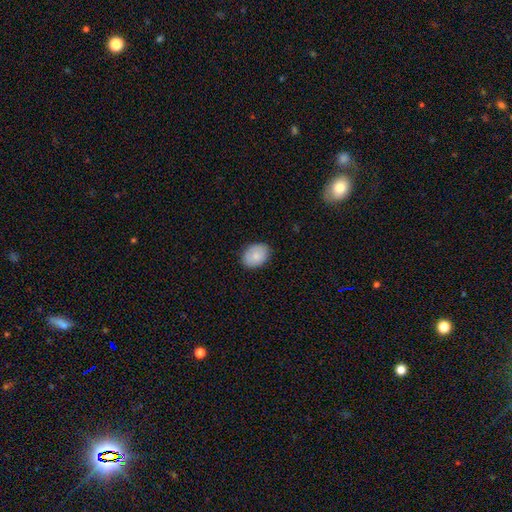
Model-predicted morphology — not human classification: This is clearly a smooth galaxy (83%). How rounded: likely in between (75%). Merging: clearly none (85%).